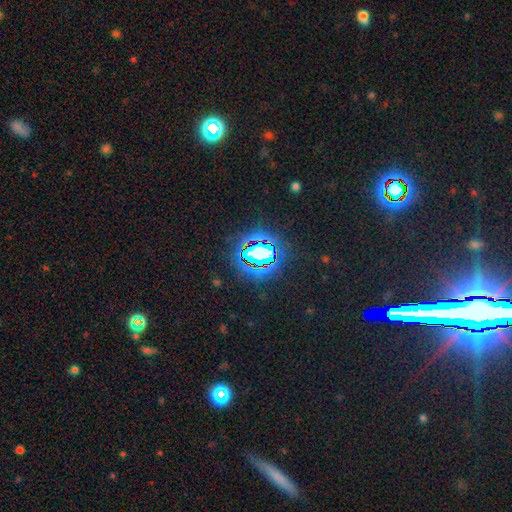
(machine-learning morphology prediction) star or artifact 79%, smooth 12%, featured or disk 10%.